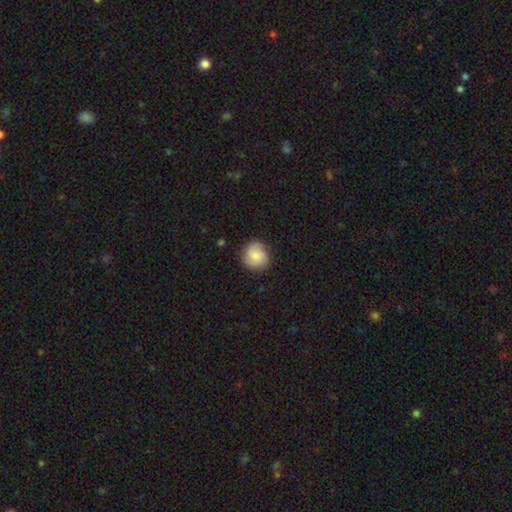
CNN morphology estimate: Smooth or featured: smooth — 69% (featured or disk — 24%)
How rounded: round — 88% (in between — 11%)
Merging: none — 82% (minor disturbance — 14%)